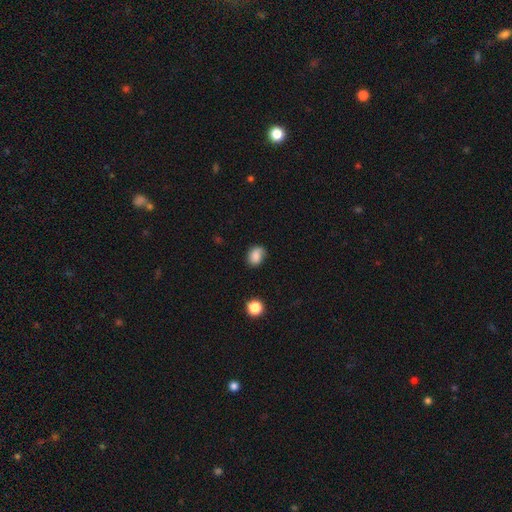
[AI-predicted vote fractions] Smooth or featured: smooth — 80% (star or artifact — 10%)
How rounded: in between — 58% (round — 41%)
Merging: none — 66% (minor disturbance — 26%)